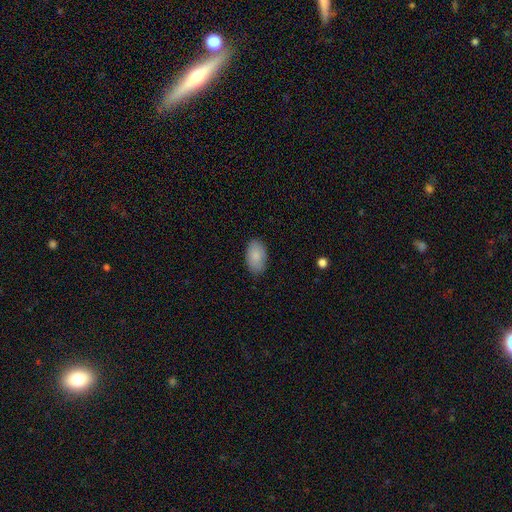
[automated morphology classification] Smooth or featured?
  - smooth: 87% *
  - featured or disk: 7%
  - star or artifact: 6%
How rounded?
  - in between: 94% *
  - round: 5%
  - cigar-shaped: 1%
Merging?
  - none: 85% *
  - minor disturbance: 12%
  - major disturbance: 2%
  - merger: 1%